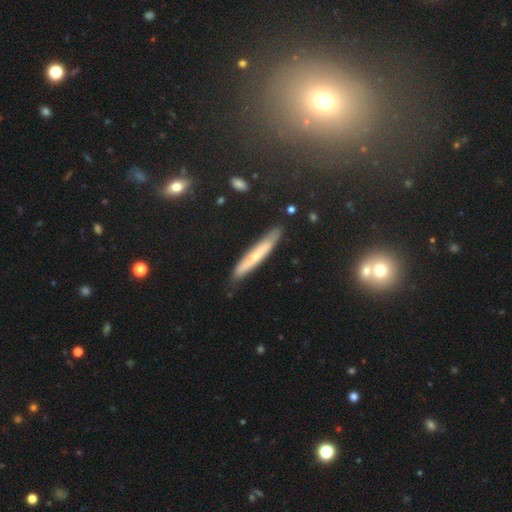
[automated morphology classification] Smooth or featured? Predicted: smooth (p=0.49). Merging? Predicted: none (p=0.82).